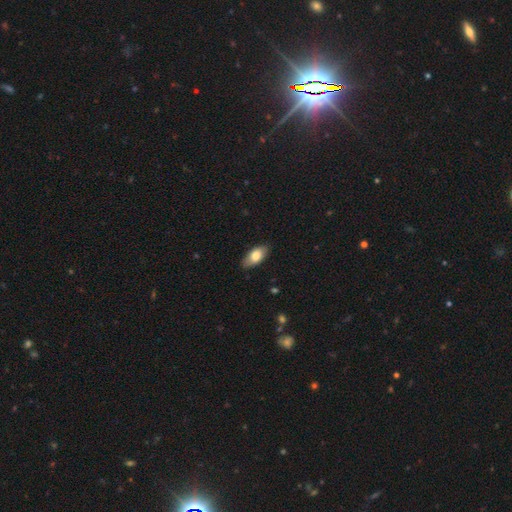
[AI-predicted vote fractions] This appears to be a smooth galaxy with no disk features (78%) that is in between round and cigar-shaped (91%). Merging: none (86%).